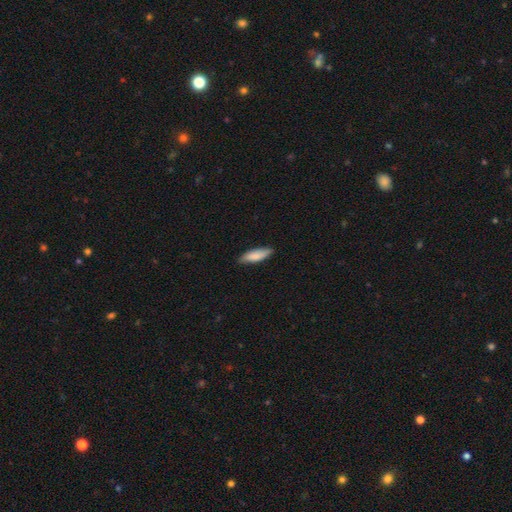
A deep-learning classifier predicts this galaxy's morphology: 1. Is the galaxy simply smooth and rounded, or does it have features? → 81% smooth, 13% featured or disk, 6% star or artifact.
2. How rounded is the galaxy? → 52% in between, 47% cigar-shaped, 2% round.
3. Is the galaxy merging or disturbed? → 84% none, 13% minor disturbance, 2% major disturbance, 1% merger.